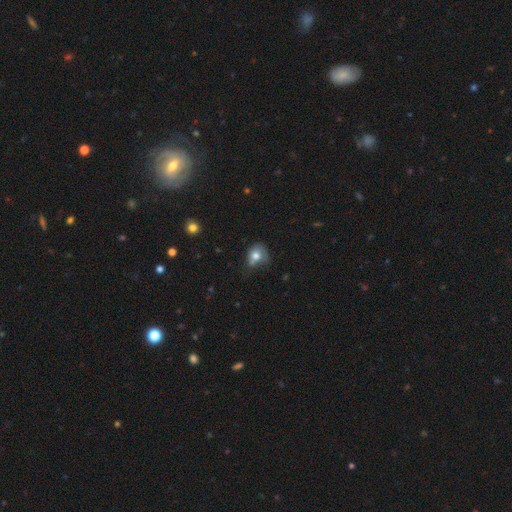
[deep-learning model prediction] Q: Smooth or featured?
A: smooth (75%); runner-up: featured or disk (14%)
Q: How rounded?
A: round (59%); runner-up: in between (40%)
Q: Merging?
A: none (40%); runner-up: minor disturbance (36%)